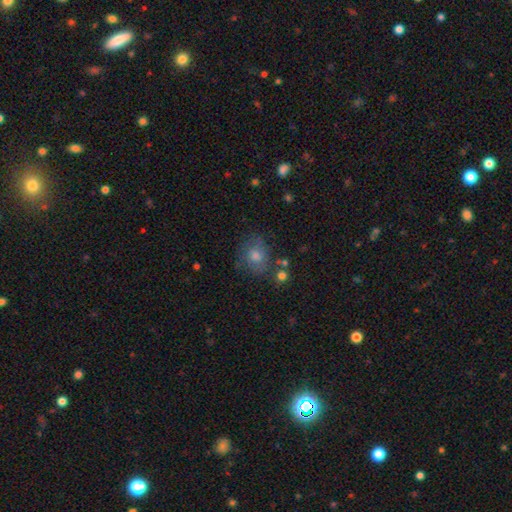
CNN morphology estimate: type=smooth (55%); roundness=round (67%); merging=none (69%).